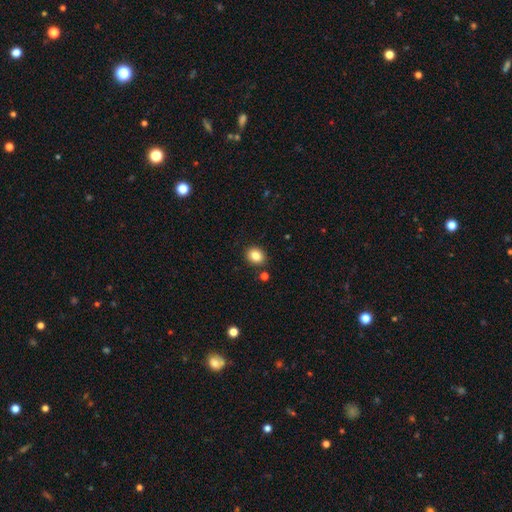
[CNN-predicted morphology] smooth_or_featured: smooth (p=0.86) [alt: star or artifact p=0.10]
how_rounded: round (p=0.57) [alt: in between p=0.42]
merging: none (p=0.87) [alt: minor disturbance p=0.08]